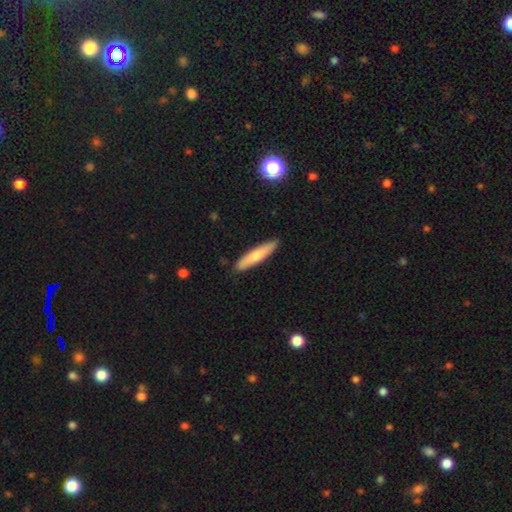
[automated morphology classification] Overall: smooth (69%). How rounded: cigar-shaped (85%). Merging: none (88%).